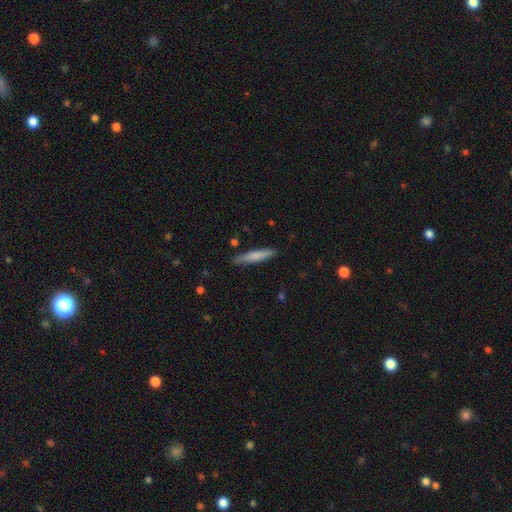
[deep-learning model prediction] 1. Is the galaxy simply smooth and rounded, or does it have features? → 72% smooth, 22% featured or disk, 6% star or artifact.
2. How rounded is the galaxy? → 91% cigar-shaped, 8% in between, 1% round.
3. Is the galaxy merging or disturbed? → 86% none, 11% minor disturbance, 2% major disturbance, 2% merger.